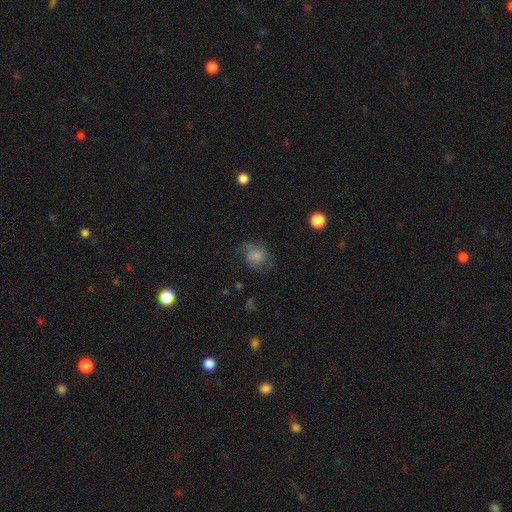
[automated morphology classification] Smooth or featured: smooth — 69% (featured or disk — 21%)
How rounded: round — 62% (in between — 37%)
Merging: none — 49% (minor disturbance — 28%)